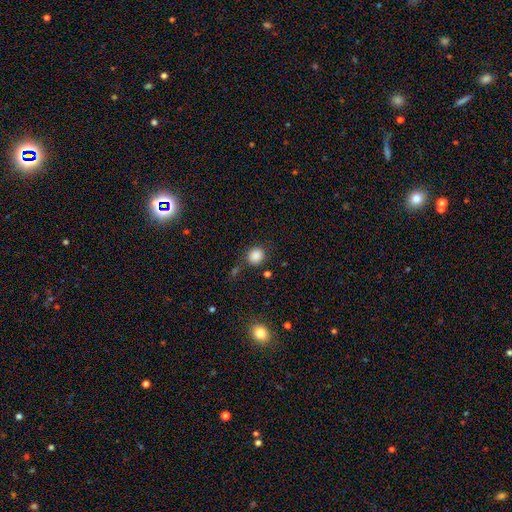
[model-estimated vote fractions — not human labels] A smooth galaxy with no disk features (86%) that is round (81%). Merging: none (77%).